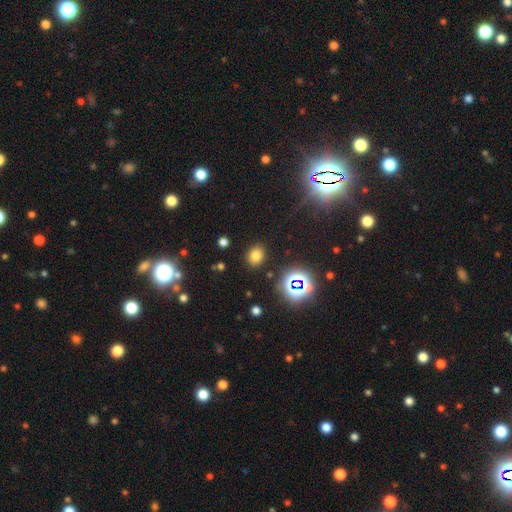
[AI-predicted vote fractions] Overall: smooth (71%). How rounded: in between (52%; round 47%). Merging: none (87%).